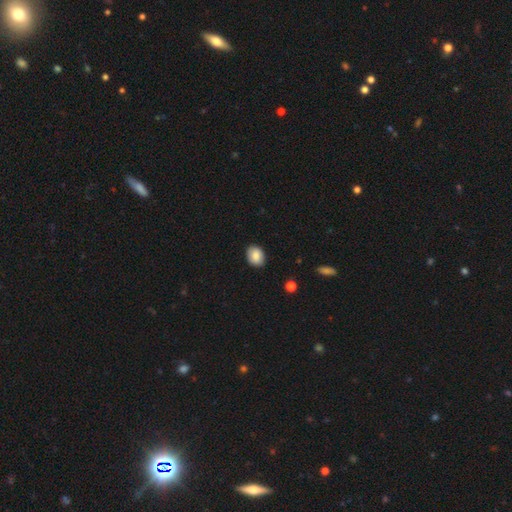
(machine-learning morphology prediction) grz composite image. It shows a smooth galaxy with no disk features (85%) that is in between round and cigar-shaped (59%). Merging: none (87%).